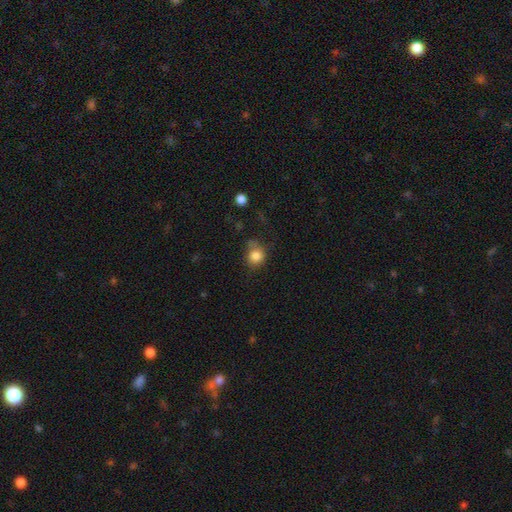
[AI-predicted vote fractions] smooth 83%, star or artifact 11%, featured or disk 6%. Down the decision tree: how rounded — round (81%); merging — none (62%).